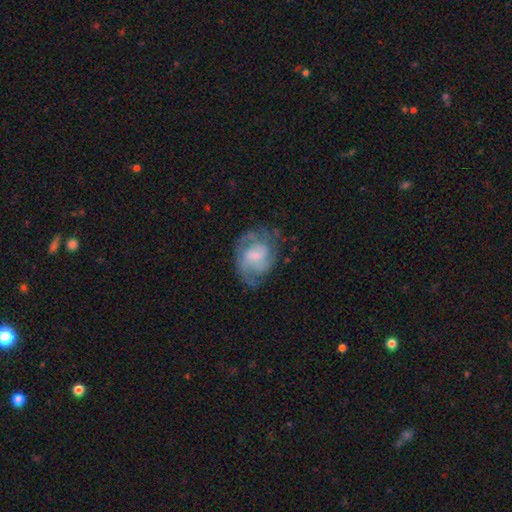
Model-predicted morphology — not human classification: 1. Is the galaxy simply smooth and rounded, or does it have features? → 72% featured or disk, 21% smooth, 7% star or artifact.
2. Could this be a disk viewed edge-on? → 98% no, 2% yes.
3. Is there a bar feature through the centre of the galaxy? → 51% no, 41% weak, 8% strong.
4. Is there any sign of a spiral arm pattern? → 87% yes, 13% no.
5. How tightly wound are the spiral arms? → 43% medium, 42% tight, 16% loose.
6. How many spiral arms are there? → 34% 2, 32% can't tell, 19% 3, 6% 4, 6% 1, 4% more than 4.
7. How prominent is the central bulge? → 43% small, 27% moderate, 19% none, 9% large, 2% dominant.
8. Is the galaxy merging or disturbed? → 62% none, 21% minor disturbance, 15% major disturbance, 2% merger.